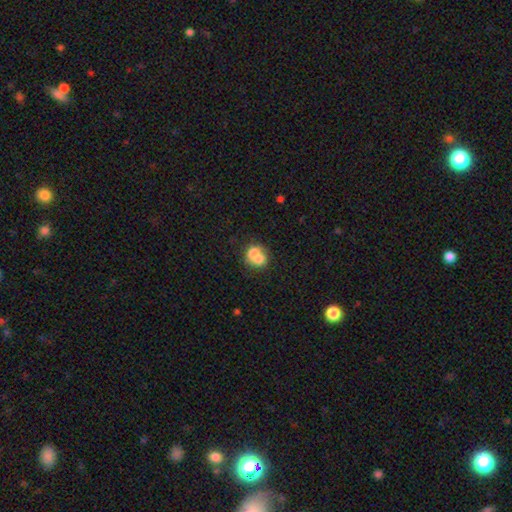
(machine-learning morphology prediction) smooth 67%, featured or disk 23%, star or artifact 10%. Down the decision tree: how rounded — round (60%); merging — merger (65%).